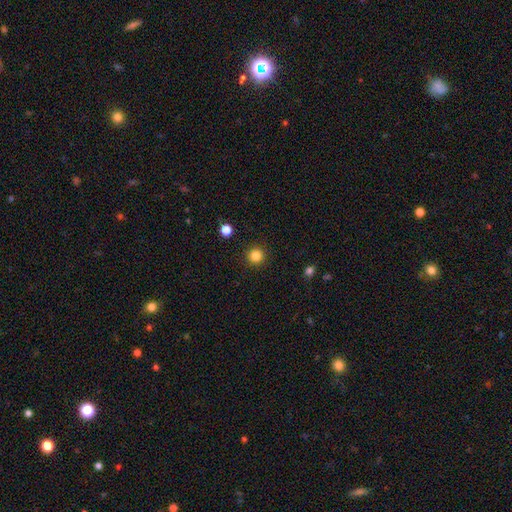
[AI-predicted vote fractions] Overall: smooth (84%). How rounded: round (95%). Merging: none (93%).